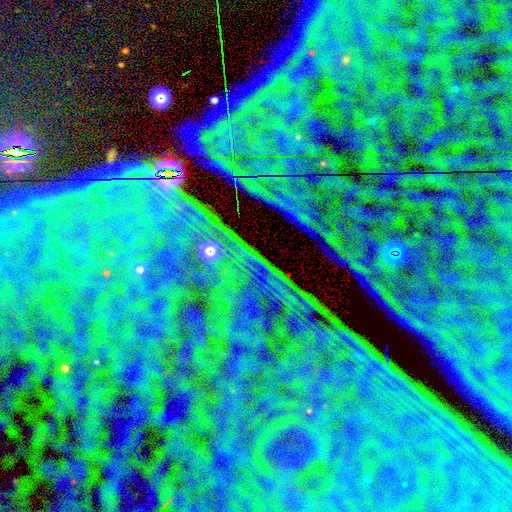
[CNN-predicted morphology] star or artifact 85%, featured or disk 8%, smooth 7%.